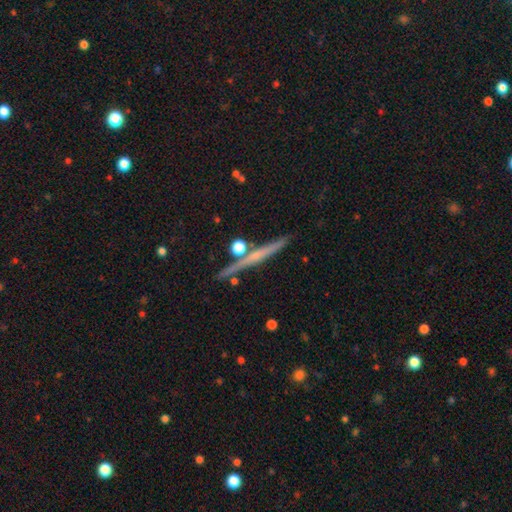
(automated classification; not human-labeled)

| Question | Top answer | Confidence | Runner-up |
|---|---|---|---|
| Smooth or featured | featured or disk | 64% | smooth (28%) |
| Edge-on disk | yes | 97% | no (3%) |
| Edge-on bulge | none | 59% | rounded (33%) |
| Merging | none | 86% | minor disturbance (8%) |